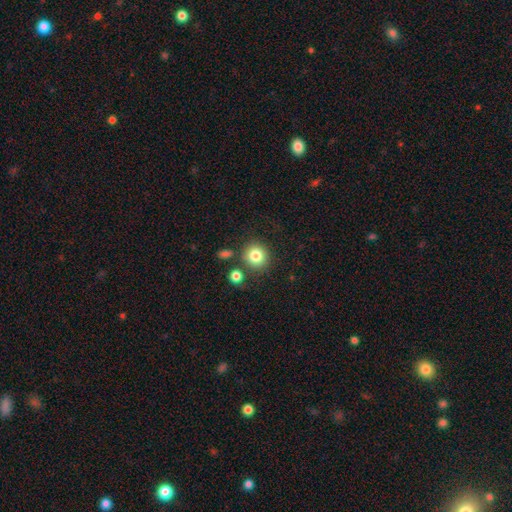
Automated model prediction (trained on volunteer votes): The model was most divided on "merging": none: 79%, minor disturbance: 9%, merger: 8%, major disturbance: 4%. More confident: how rounded — round (90%); smooth or featured — smooth (82%).